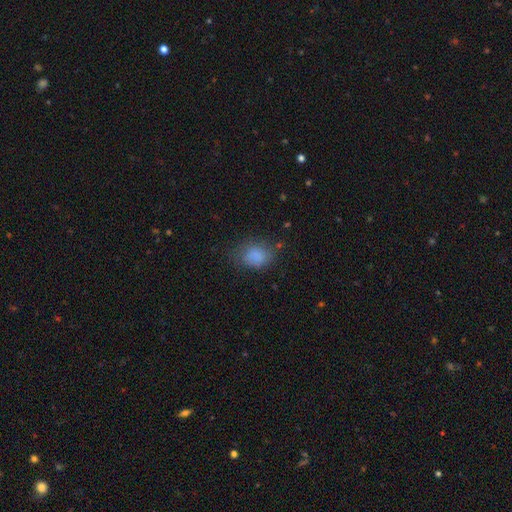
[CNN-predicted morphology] smooth_or_featured: smooth (p=0.82) [alt: star or artifact p=0.11]
how_rounded: in between (p=0.61) [alt: round p=0.38]
merging: none (p=0.63) [alt: minor disturbance p=0.25]